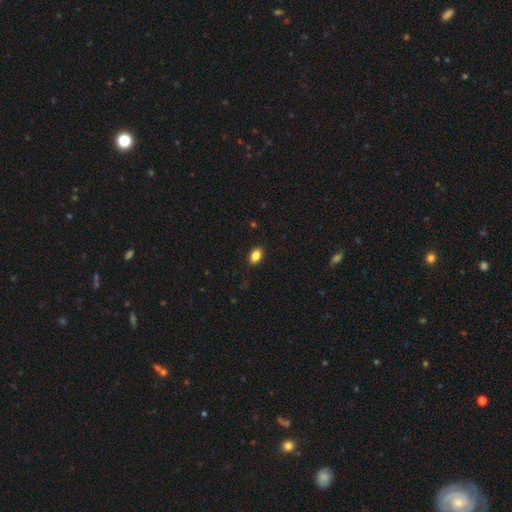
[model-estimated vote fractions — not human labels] Smooth or featured? Predicted: smooth (p=0.86). How rounded? Predicted: in between (p=0.86). Merging? Predicted: none (p=0.88).